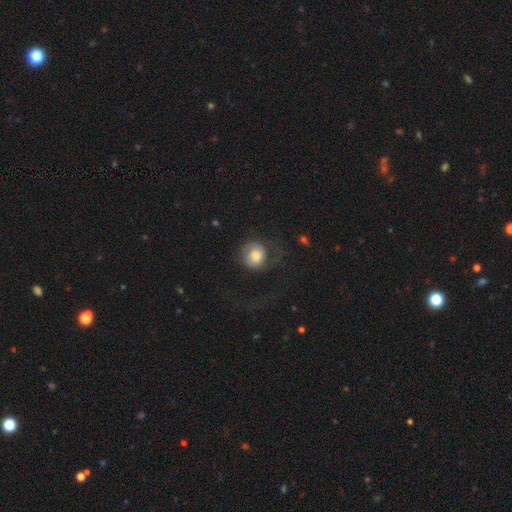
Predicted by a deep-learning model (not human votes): Overall: smooth (63%; featured or disk 29%). How rounded: round (83%). Merging: none (42%; major disturbance 38%).